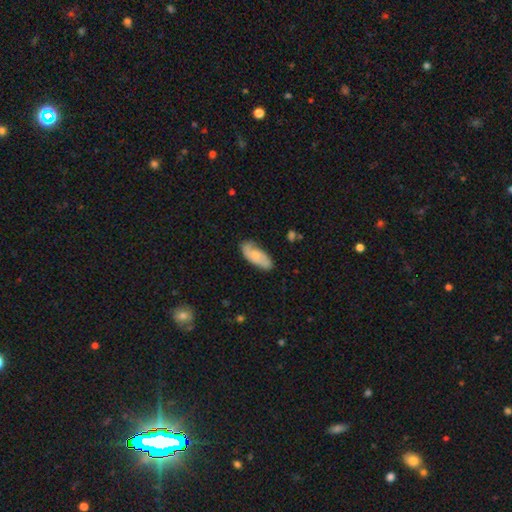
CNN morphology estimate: The model was most divided on "smooth or featured": smooth: 57%, featured or disk: 38%, star or artifact: 6%. More confident: how rounded — in between (82%); merging — none (68%).